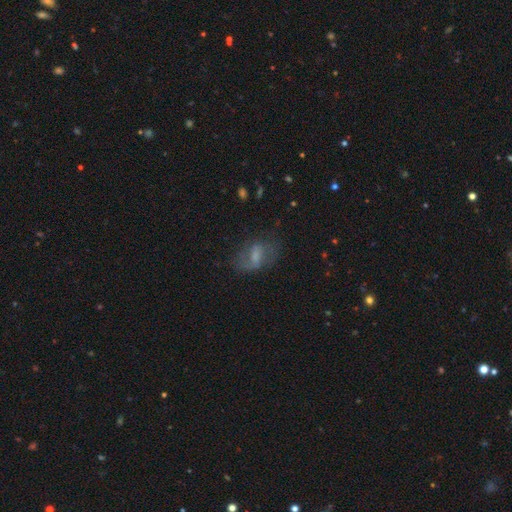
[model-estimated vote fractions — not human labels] A featured or disk galaxy (51%). Merging: none (55%).